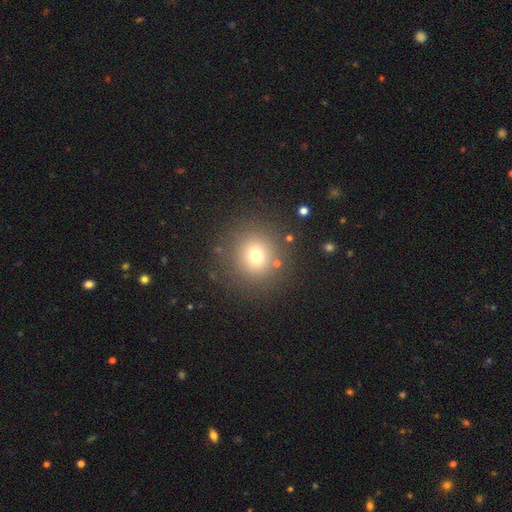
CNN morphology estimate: Smooth or featured? smooth (71%)
How rounded? round (92%)
Merging? none (85%)